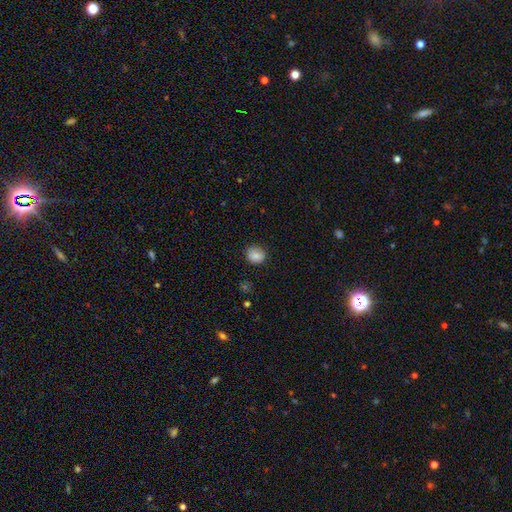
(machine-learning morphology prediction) Overall: smooth (84%). How rounded: round (71%). Merging: none (85%).